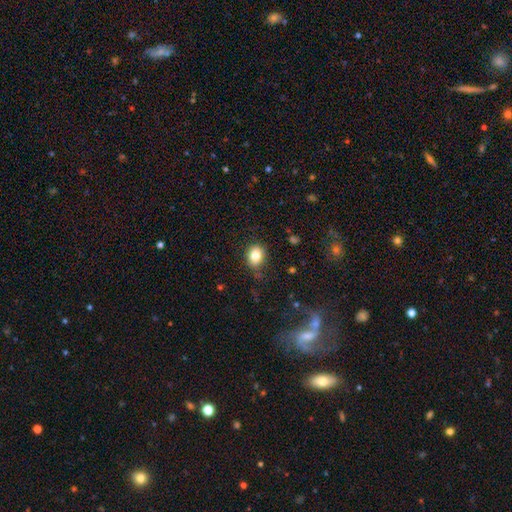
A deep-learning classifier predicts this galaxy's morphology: Smooth or featured?
  - smooth: 82% *
  - star or artifact: 10%
  - featured or disk: 8%
How rounded?
  - in between: 52% *
  - round: 47%
  - cigar-shaped: 1%
Merging?
  - none: 80% *
  - minor disturbance: 15%
  - major disturbance: 4%
  - merger: 2%